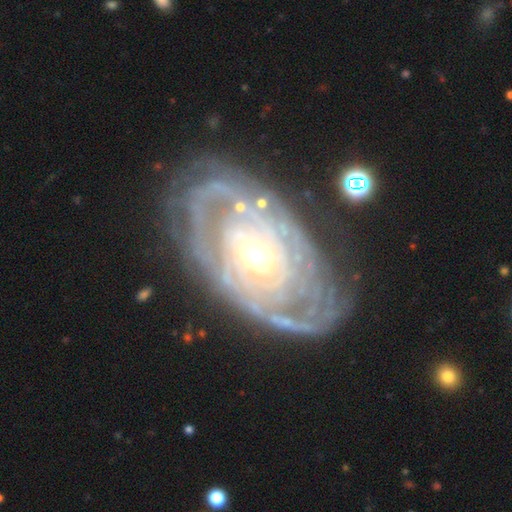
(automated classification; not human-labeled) Morphology: type=featured or disk (87%); edge-on=no (94%); bar=no (66%); spiral arms=yes (87%); winding=tight (75%); arm count=can't tell (46%); bulge=moderate (60%); merging=none (71%).